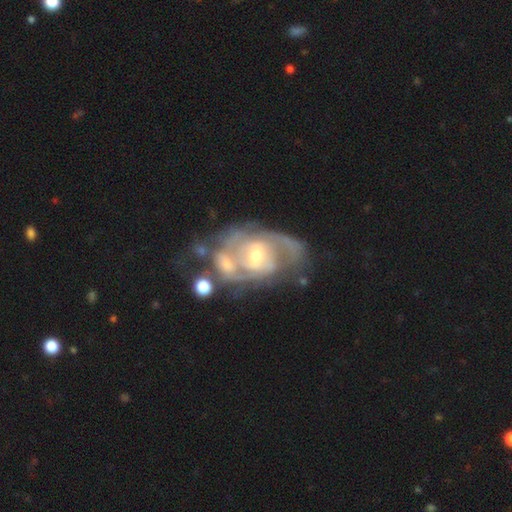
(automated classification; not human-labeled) smooth_or_featured: featured or disk (p=0.82) [alt: smooth p=0.10]
disk_edge_on: no (p=0.97) [alt: yes p=0.03]
bar: no (p=0.50) [alt: weak p=0.39]
has_spiral_arms: yes (p=0.82) [alt: no p=0.18]
spiral_winding: tight (p=0.45) [alt: medium p=0.40]
spiral_arm_count: 2 (p=0.41) [alt: can't tell p=0.36]
bulge_size: small (p=0.47) [alt: moderate p=0.46]
merging: none (p=0.36) [alt: merger p=0.27]